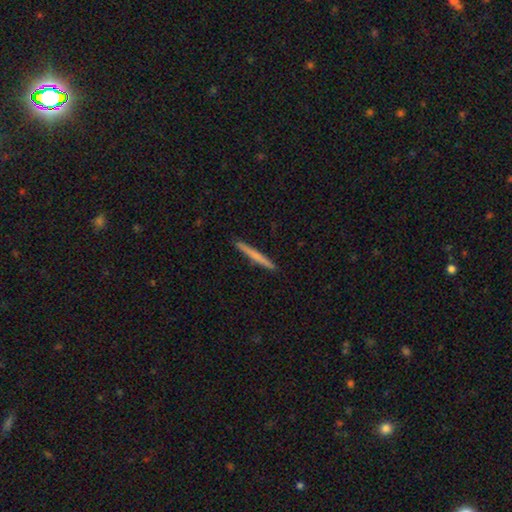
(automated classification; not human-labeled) Smooth or featured? smooth (64%)
How rounded? cigar-shaped (97%)
Merging? none (92%)